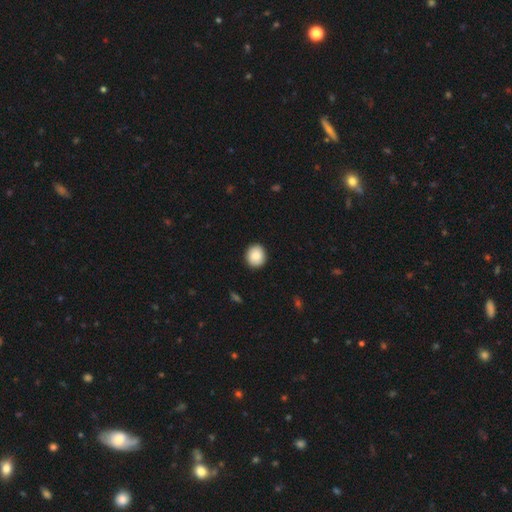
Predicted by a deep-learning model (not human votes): A smooth galaxy with no disk features (89%) that is round (82%).

Vote fractions:
- Smooth or featured? smooth: 89% / star or artifact: 7% / featured or disk: 4%
- How rounded? round: 82% / in between: 17% / cigar-shaped: 1%
- Merging? none: 91% / minor disturbance: 6% / major disturbance: 2% / merger: 1%